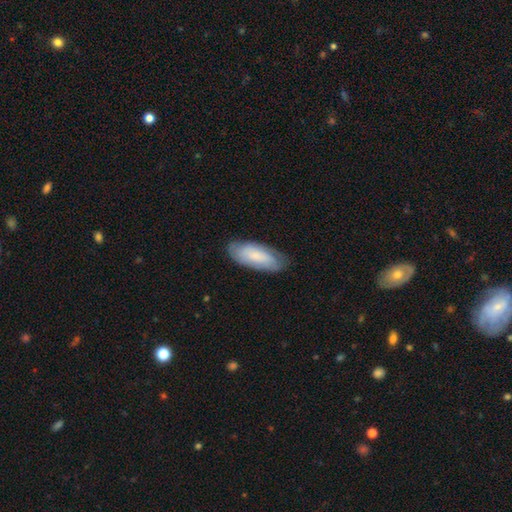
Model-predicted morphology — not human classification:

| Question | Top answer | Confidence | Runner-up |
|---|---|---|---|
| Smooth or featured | smooth | 67% | featured or disk (27%) |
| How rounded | in between | 80% | cigar-shaped (19%) |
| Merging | none | 78% | minor disturbance (18%) |